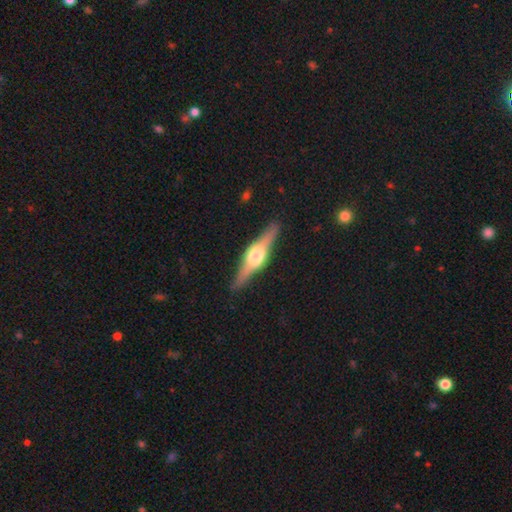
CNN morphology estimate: A featured or disk galaxy (77%) viewed edge-on (97%) with a rounded central bulge (91%).

Vote fractions:
- Smooth or featured? featured or disk: 77% / smooth: 18% / star or artifact: 5%
- Edge-on disk? yes: 97% / no: 3%
- Edge-on bulge? rounded: 91% / boxy: 8% / none: 2%
- Merging? none: 88% / minor disturbance: 9% / major disturbance: 2% / merger: 1%